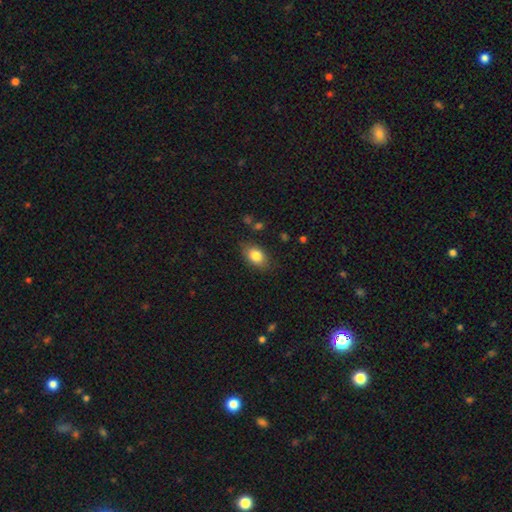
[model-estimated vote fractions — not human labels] Q: Smooth or featured?
A: smooth (83%); runner-up: featured or disk (9%)
Q: How rounded?
A: in between (82%); runner-up: round (16%)
Q: Merging?
A: none (81%); runner-up: minor disturbance (14%)